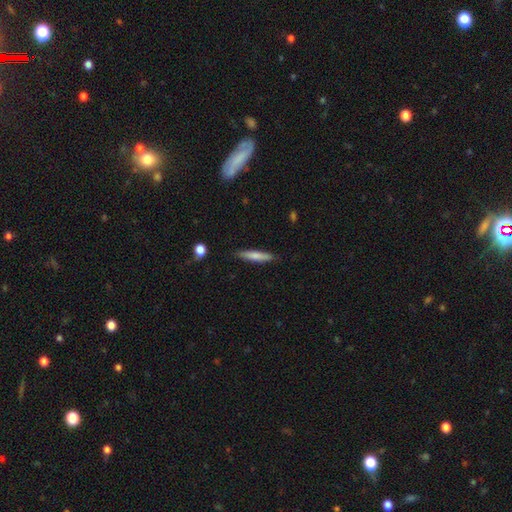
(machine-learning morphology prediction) A smooth galaxy with no disk features (72%) that is cigar-shaped (88%).

Vote fractions:
- Smooth or featured? smooth: 72% / featured or disk: 22% / star or artifact: 6%
- How rounded? cigar-shaped: 88% / in between: 11% / round: 1%
- Merging? none: 85% / minor disturbance: 11% / major disturbance: 2% / merger: 2%